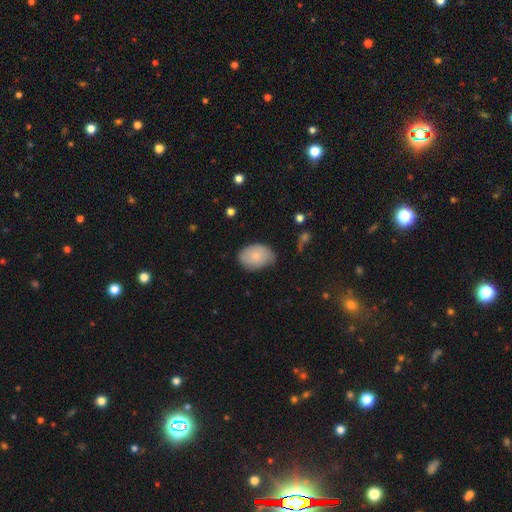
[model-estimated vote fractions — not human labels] smooth_or_featured: smooth (p=0.79) [alt: featured or disk p=0.15]
how_rounded: in between (p=0.80) [alt: round p=0.19]
merging: none (p=0.65) [alt: minor disturbance p=0.27]